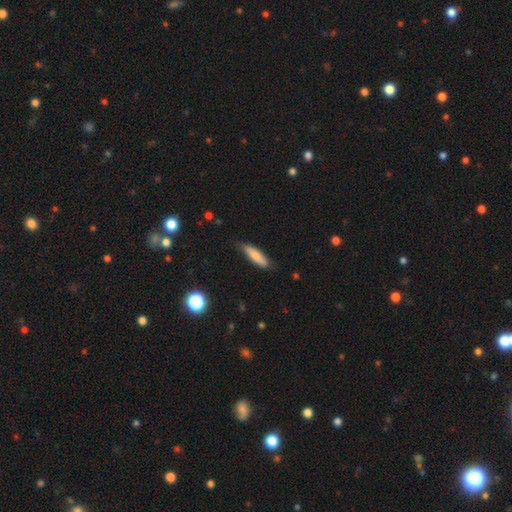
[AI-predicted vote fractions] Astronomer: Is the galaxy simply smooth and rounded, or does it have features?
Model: smooth — 74%.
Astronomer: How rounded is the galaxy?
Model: cigar-shaped — 67%.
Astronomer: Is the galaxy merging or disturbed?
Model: none — 75%.